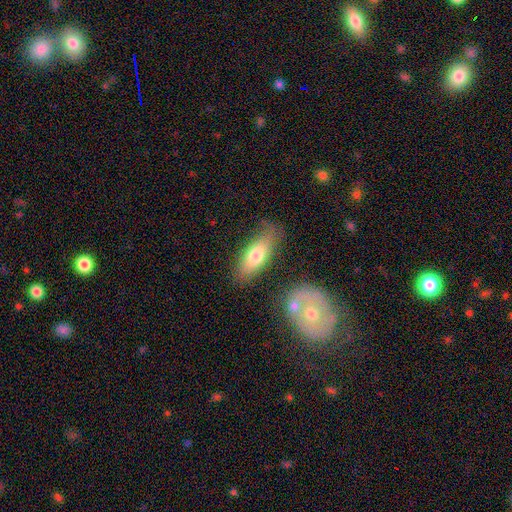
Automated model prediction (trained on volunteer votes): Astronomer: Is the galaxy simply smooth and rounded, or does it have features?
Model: smooth — 71%.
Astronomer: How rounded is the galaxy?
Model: in between — 75%.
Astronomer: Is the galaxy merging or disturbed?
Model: none — 67%.